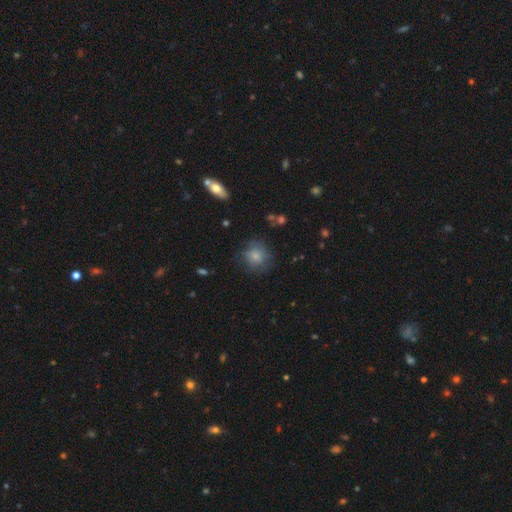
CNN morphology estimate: smooth-or-featured: smooth: 76% | featured or disk: 14% | star or artifact: 9%
  how-rounded: round: 88% | in between: 11% | cigar-shaped: 1%
  merging: none: 70% | minor disturbance: 19% | major disturbance: 8% | merger: 2%